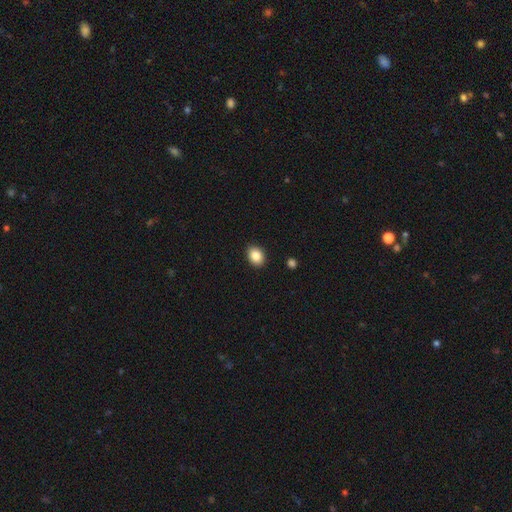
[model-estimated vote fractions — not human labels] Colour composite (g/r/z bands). It shows a smooth galaxy with no disk features (87%) that is in between round and cigar-shaped (65%). Merging: none (90%).